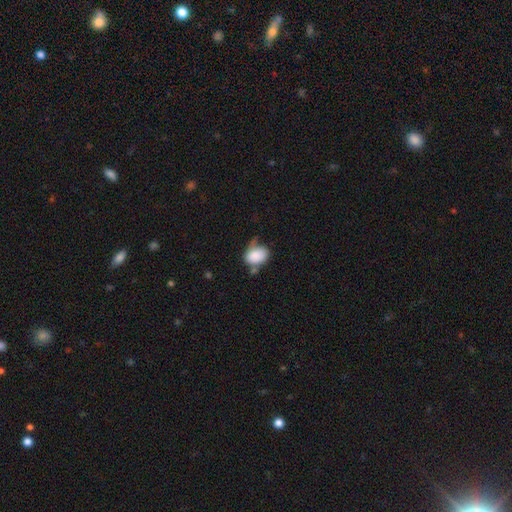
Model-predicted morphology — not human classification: smooth-or-featured: smooth: 82% | featured or disk: 10% | star or artifact: 8%
  how-rounded: in between: 74% | round: 25% | cigar-shaped: 1%
  merging: none: 36% | minor disturbance: 30% | major disturbance: 18% | merger: 16%